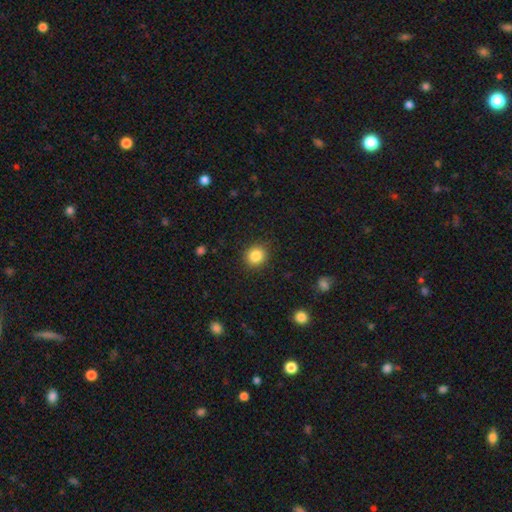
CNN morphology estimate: Smooth or featured?
  - smooth: 85% *
  - star or artifact: 10%
  - featured or disk: 5%
How rounded?
  - round: 86% *
  - in between: 13%
  - cigar-shaped: 1%
Merging?
  - none: 89% *
  - minor disturbance: 7%
  - major disturbance: 2%
  - merger: 1%